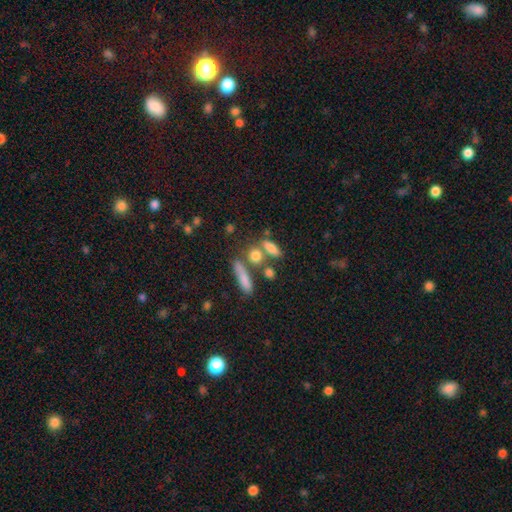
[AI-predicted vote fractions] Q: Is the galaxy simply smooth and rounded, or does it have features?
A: smooth — 75%.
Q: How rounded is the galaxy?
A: in between — 37%.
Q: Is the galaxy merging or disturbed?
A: none — 53%.